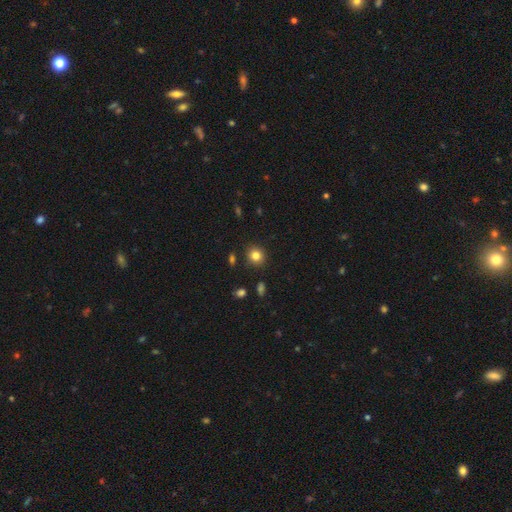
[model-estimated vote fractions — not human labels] Smooth or featured: smooth — 82% (star or artifact — 12%)
How rounded: round — 85% (in between — 14%)
Merging: none — 88% (minor disturbance — 7%)